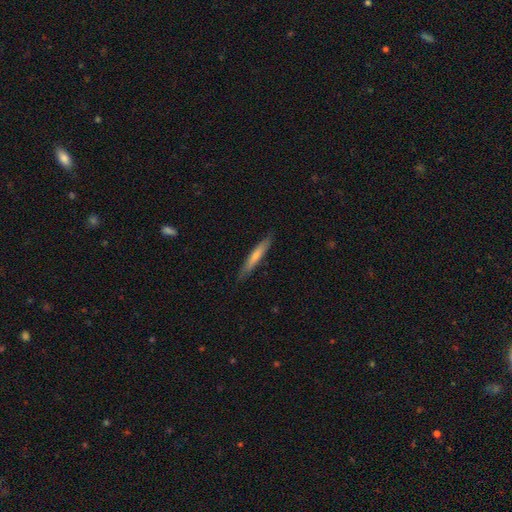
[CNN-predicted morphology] smooth 67%, featured or disk 28%, star or artifact 5%. Down the decision tree: how rounded — cigar-shaped (93%); merging — none (87%).